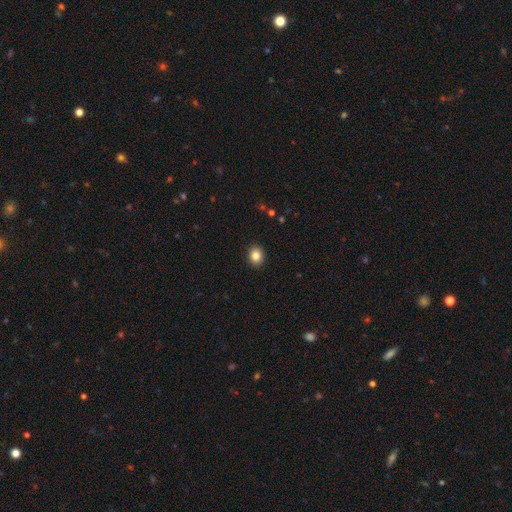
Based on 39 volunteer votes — Smooth or featured?
  - smooth: 90% *
  - featured or disk: 5%
  - star or artifact: 5%
How rounded?
  - round: 54% *
  - in between: 46%
  - cigar-shaped: 0%
Merging?
  - none: 84% *
  - minor disturbance: 14%
  - merger: 3%
  - major disturbance: 0%